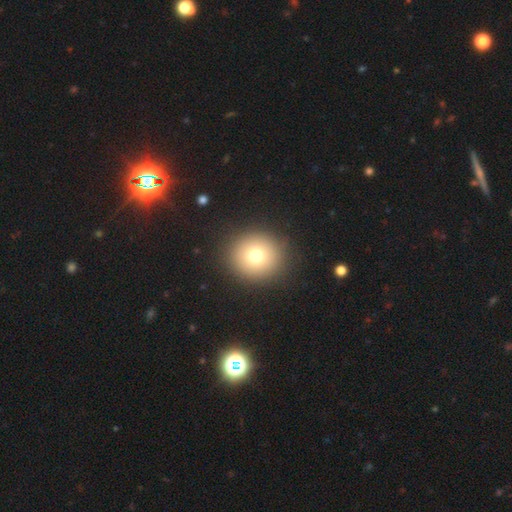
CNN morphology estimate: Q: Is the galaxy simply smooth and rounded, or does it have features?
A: smooth — 75%.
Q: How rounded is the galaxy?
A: round — 90%.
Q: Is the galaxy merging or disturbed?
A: none — 90%.